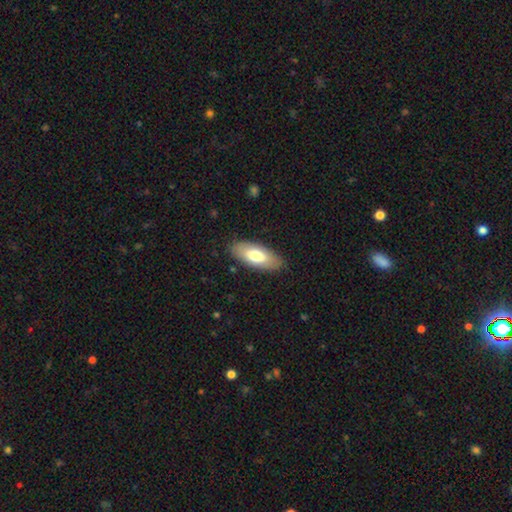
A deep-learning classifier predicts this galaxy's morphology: smooth-or-featured: smooth: 71% | featured or disk: 23% | star or artifact: 6%
  how-rounded: in between: 84% | cigar-shaped: 14% | round: 2%
  merging: none: 86% | minor disturbance: 10% | major disturbance: 3% | merger: 1%